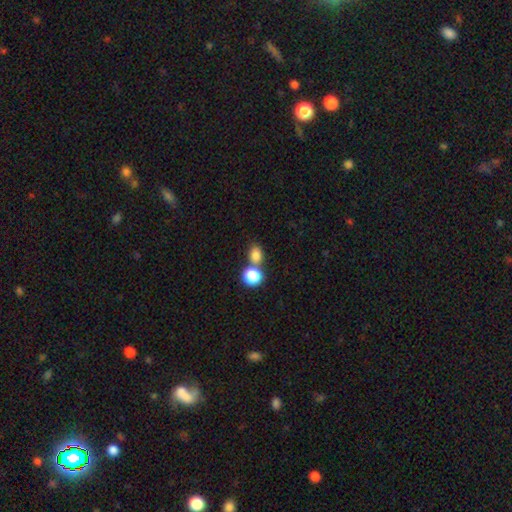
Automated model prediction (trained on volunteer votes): A smooth galaxy with no disk features (81%) that is round (55%). Merging: none (51%).